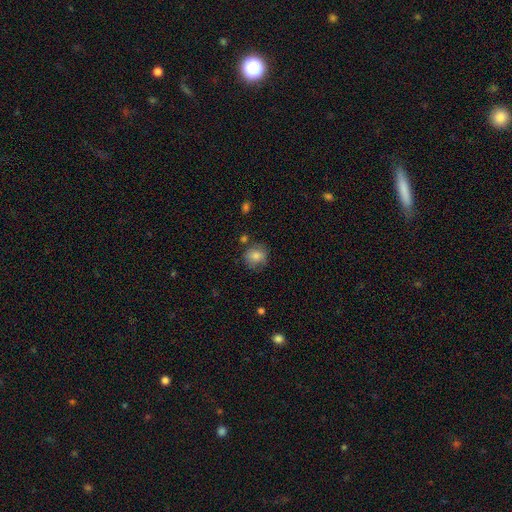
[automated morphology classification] smooth-or-featured: smooth: 81% | featured or disk: 10% | star or artifact: 9%
  how-rounded: round: 80% | in between: 19% | cigar-shaped: 1%
  merging: none: 76% | minor disturbance: 15% | merger: 5% | major disturbance: 4%